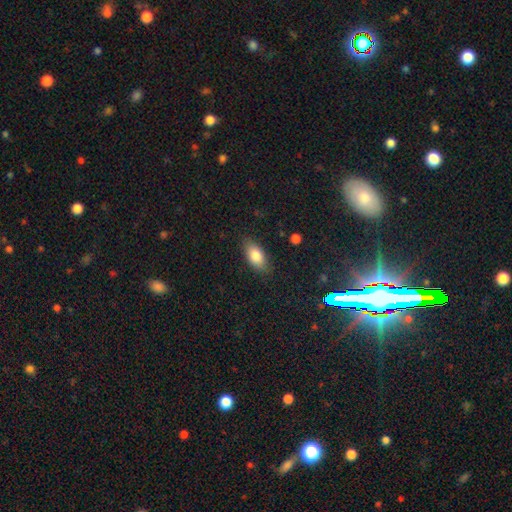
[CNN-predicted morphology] This is clearly a smooth galaxy (82%). How rounded: clearly in between (88%). Merging: clearly none (84%).